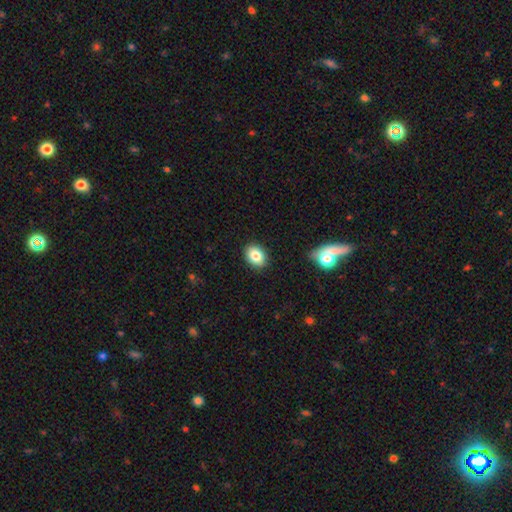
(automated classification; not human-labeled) The model was most divided on "how rounded": in between: 65%, round: 34%, cigar-shaped: 1%. More confident: merging — none (88%); smooth or featured — smooth (83%).